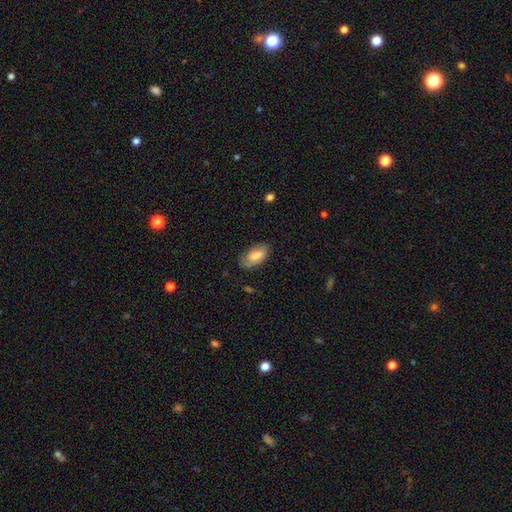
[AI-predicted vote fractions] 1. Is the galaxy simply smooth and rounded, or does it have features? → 69% smooth, 24% featured or disk, 7% star or artifact.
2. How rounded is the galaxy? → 92% in between, 5% cigar-shaped, 3% round.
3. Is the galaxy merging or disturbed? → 75% none, 19% minor disturbance, 5% major disturbance, 1% merger.